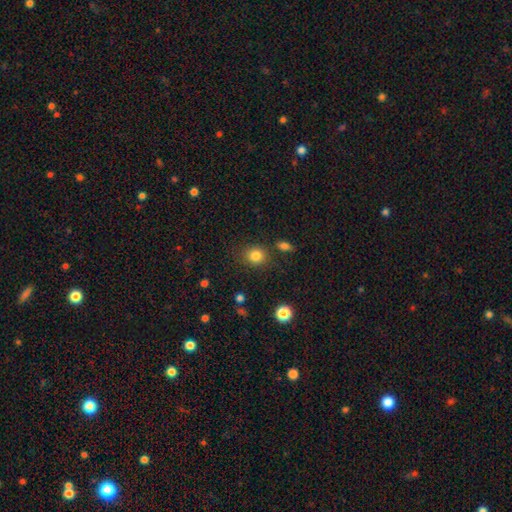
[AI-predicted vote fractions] Smooth or featured: smooth — 83% (star or artifact — 12%)
How rounded: round — 79% (in between — 20%)
Merging: none — 81% (minor disturbance — 10%)